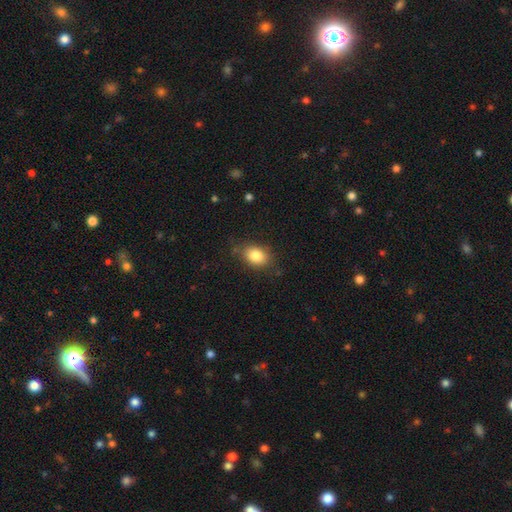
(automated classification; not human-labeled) Overall: smooth (83%). How rounded: in between (72%). Merging: none (78%).